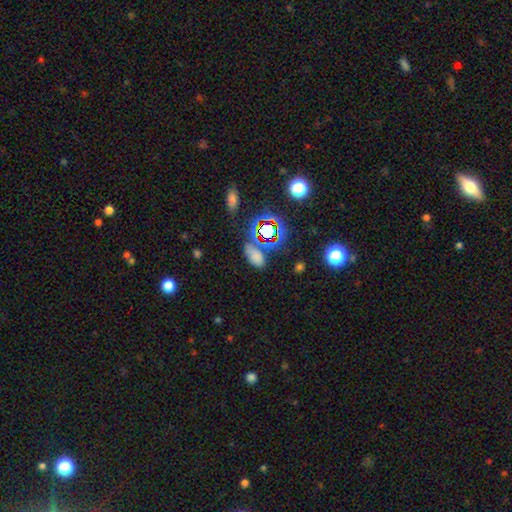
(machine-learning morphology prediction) The model was most divided on "smooth or featured": smooth: 63%, star or artifact: 29%, featured or disk: 8%. More confident: how rounded — in between (88%); merging — none (65%).